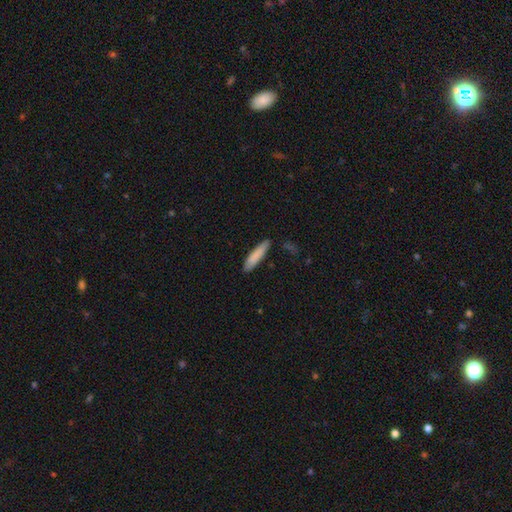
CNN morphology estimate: smooth_or_featured: smooth (p=0.83) [alt: featured or disk p=0.11]
how_rounded: cigar-shaped (p=0.81) [alt: in between p=0.18]
merging: none (p=0.83) [alt: minor disturbance p=0.13]